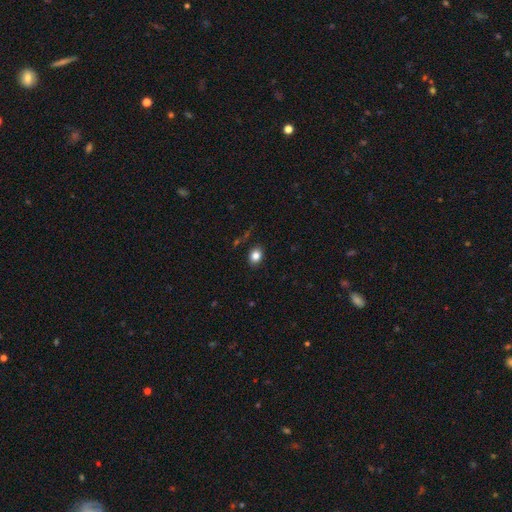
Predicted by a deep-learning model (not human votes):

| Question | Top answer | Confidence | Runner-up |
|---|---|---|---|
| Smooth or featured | smooth | 83% | star or artifact (10%) |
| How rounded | in between | 58% | round (41%) |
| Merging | none | 85% | minor disturbance (10%) |